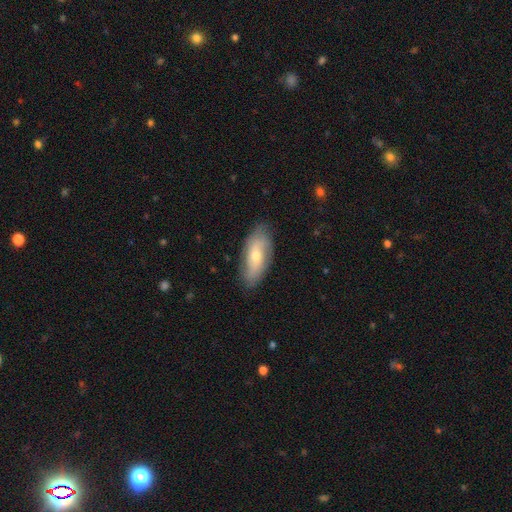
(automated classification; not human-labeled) Smooth or featured? Predicted: smooth (p=0.50). How rounded? Predicted: in between (p=0.82). Merging? Predicted: none (p=0.81).